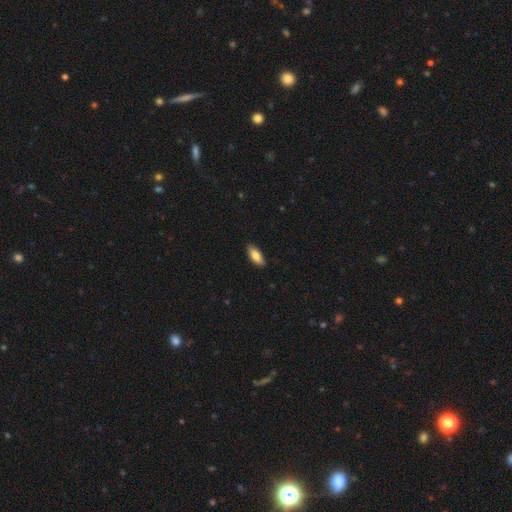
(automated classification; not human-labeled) smooth_or_featured: smooth (p=0.82) [alt: featured or disk p=0.12]
how_rounded: in between (p=0.81) [alt: cigar-shaped p=0.17]
merging: none (p=0.87) [alt: minor disturbance p=0.10]